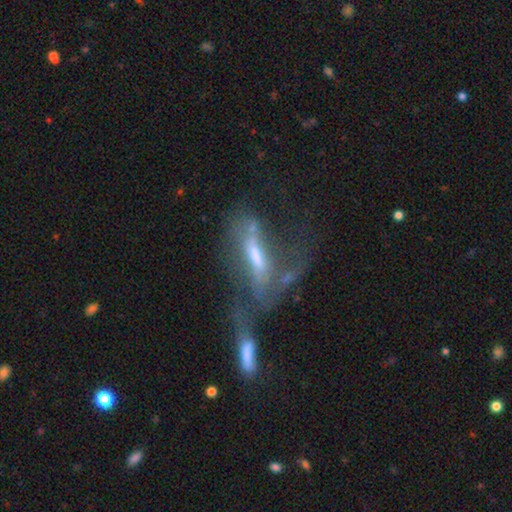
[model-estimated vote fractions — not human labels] Q: Smooth or featured?
A: featured or disk (62%); runner-up: smooth (28%)
Q: Edge-on disk?
A: no (65%); runner-up: yes (35%)
Q: Merging?
A: merger (40%); runner-up: major disturbance (30%)